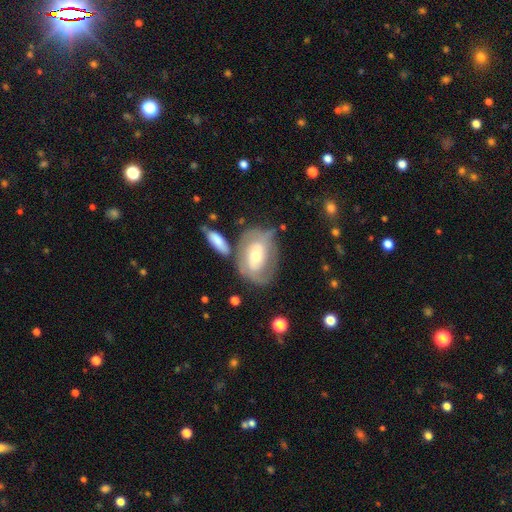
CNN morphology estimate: Smooth or featured: featured or disk — 68% (smooth — 26%)
Edge-on disk: no — 94% (yes — 6%)
Bar: no — 57% (weak — 32%)
Spiral arms: yes — 73% (no — 27%)
Bulge size: moderate — 52% (small — 39%)
Merging: none — 53% (minor disturbance — 21%)